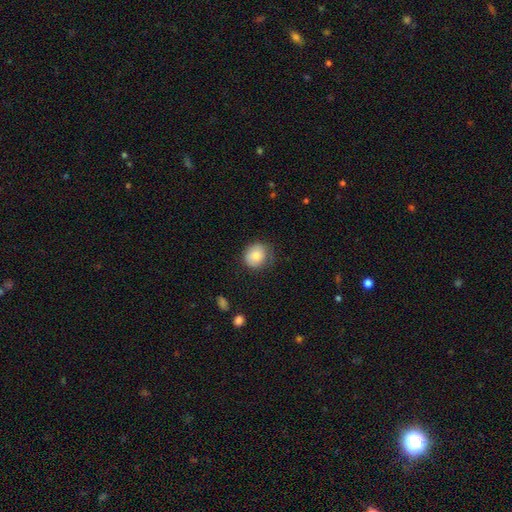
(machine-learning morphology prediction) This is clearly a smooth galaxy (80%). How rounded: clearly round (81%). Merging: likely none (71%).